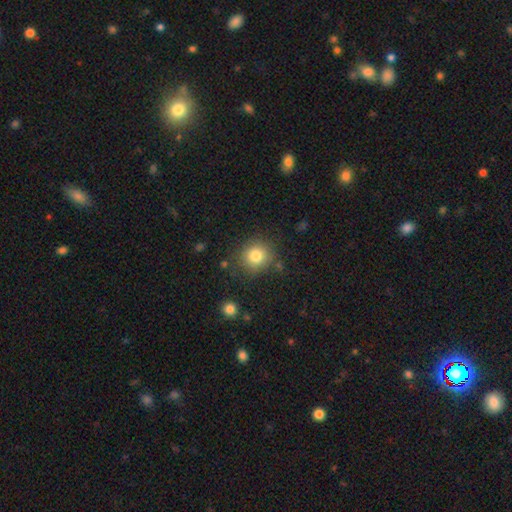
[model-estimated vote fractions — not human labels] Smooth or featured? smooth (81%)
How rounded? round (86%)
Merging? none (81%)